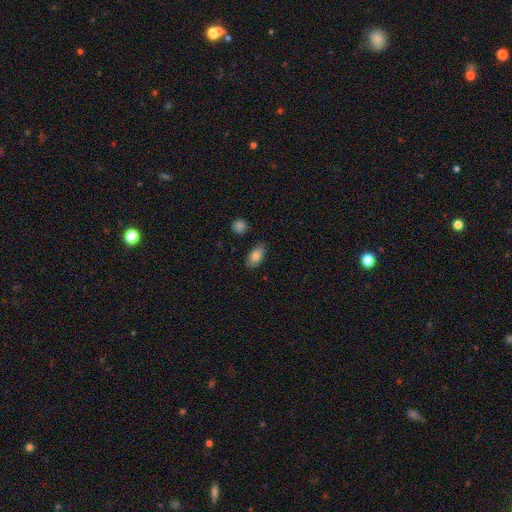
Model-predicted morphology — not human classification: Smooth or featured?
  - smooth: 82% *
  - featured or disk: 11%
  - star or artifact: 8%
How rounded?
  - in between: 91% *
  - round: 5%
  - cigar-shaped: 4%
Merging?
  - none: 83% *
  - minor disturbance: 12%
  - major disturbance: 2%
  - merger: 2%